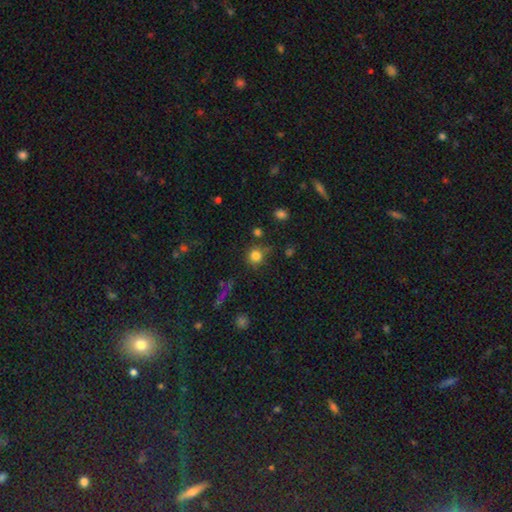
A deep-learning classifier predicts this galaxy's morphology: smooth_or_featured: smooth (p=0.80) [alt: star or artifact p=0.14]
how_rounded: round (p=0.90) [alt: in between p=0.09]
merging: none (p=0.71) [alt: minor disturbance p=0.16]